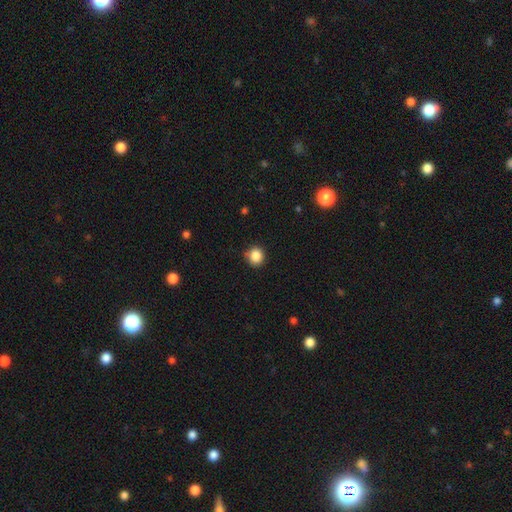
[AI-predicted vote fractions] Smooth or featured? smooth (86%)
How rounded? round (88%)
Merging? none (85%)